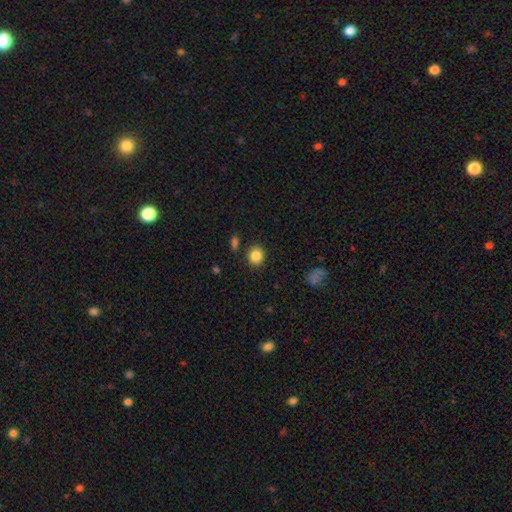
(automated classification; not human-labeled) Smooth or featured? Predicted: smooth (p=0.86). How rounded? Predicted: round (p=0.77). Merging? Predicted: none (p=0.85).